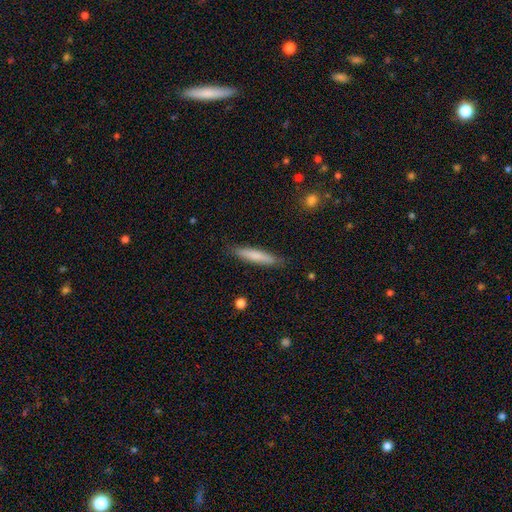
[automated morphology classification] Smooth or featured? smooth (76%)
How rounded? cigar-shaped (89%)
Merging? none (87%)